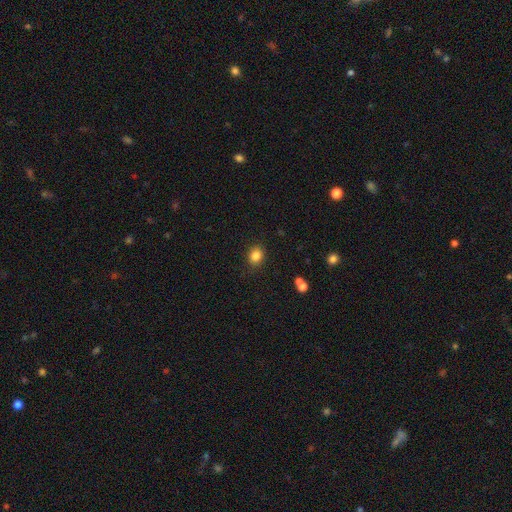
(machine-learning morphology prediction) A smooth galaxy with no disk features (84%) that is round (60%). Merging: none (87%).